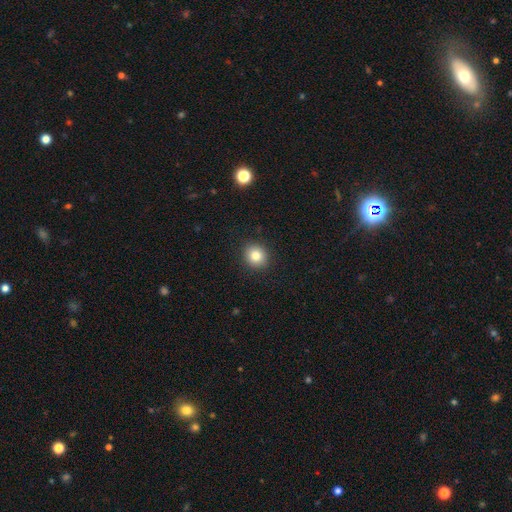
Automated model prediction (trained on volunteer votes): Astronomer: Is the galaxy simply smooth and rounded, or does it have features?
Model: smooth — 81%.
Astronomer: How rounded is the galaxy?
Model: round — 81%.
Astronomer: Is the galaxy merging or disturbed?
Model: none — 91%.